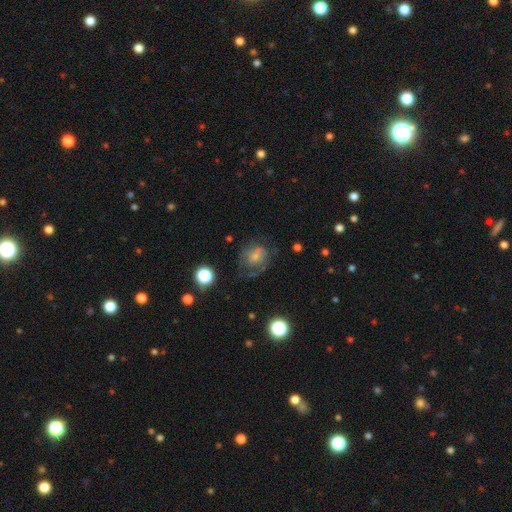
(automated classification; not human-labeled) A featured or disk galaxy (45%). Merging: none (45%).